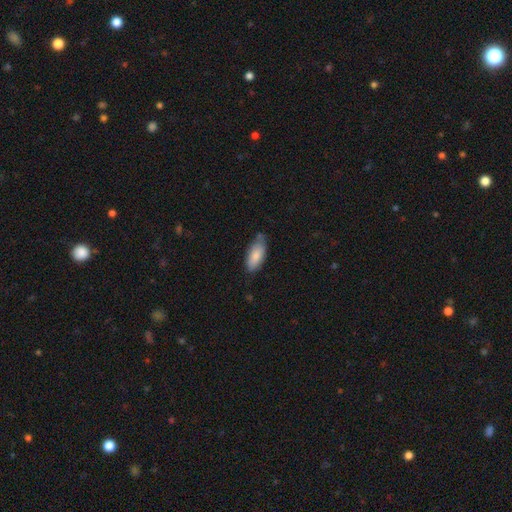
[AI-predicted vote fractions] A smooth galaxy with no disk features (84%) that is in between round and cigar-shaped (86%).

Vote fractions:
- Smooth or featured? smooth: 84% / featured or disk: 10% / star or artifact: 6%
- How rounded? in between: 86% / cigar-shaped: 13% / round: 2%
- Merging? none: 65% / minor disturbance: 27% / major disturbance: 4% / merger: 4%